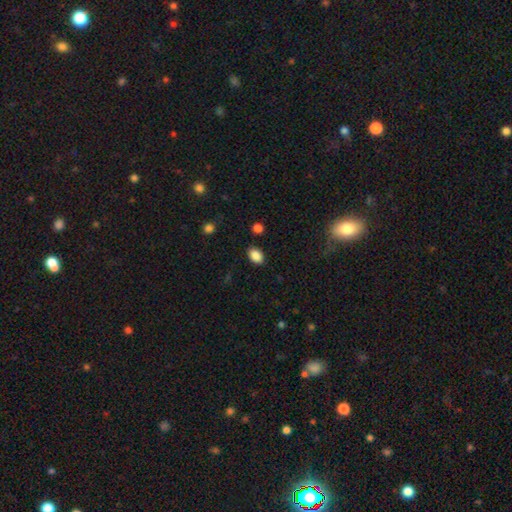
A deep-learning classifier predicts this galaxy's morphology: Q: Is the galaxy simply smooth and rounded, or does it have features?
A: smooth — 88%.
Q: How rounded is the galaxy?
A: in between — 82%.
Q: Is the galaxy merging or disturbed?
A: none — 86%.